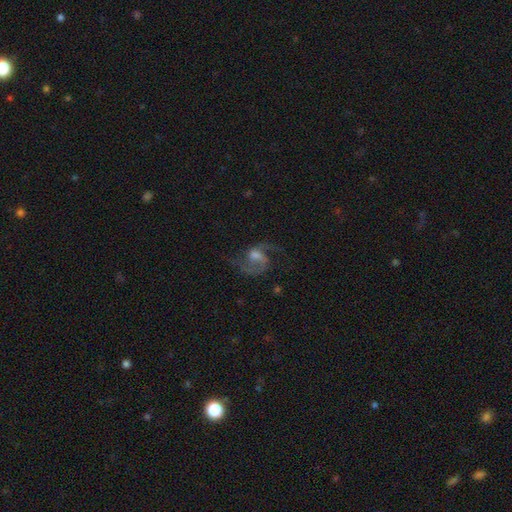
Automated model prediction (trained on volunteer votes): Smooth or featured? featured or disk (84%)
Edge-on disk? no (98%)
Bar? weak (50%)
Spiral arms? yes (96%)
Spiral winding? loose (48%)
Spiral arm count? 2 (91%)
Bulge size? moderate (42%)
Merging? none (67%)